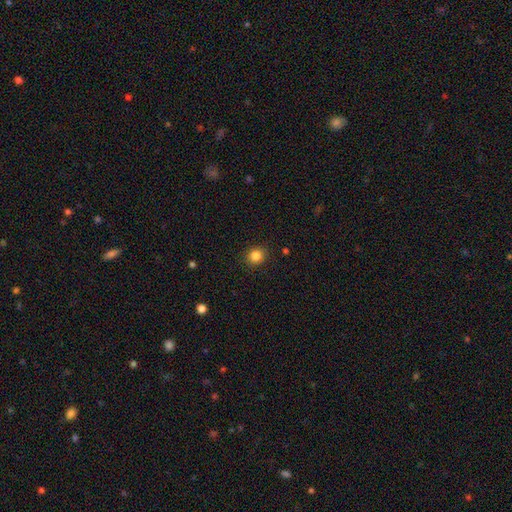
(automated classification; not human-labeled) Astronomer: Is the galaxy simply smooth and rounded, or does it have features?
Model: smooth — 85%.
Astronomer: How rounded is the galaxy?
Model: round — 82%.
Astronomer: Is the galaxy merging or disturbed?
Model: none — 90%.